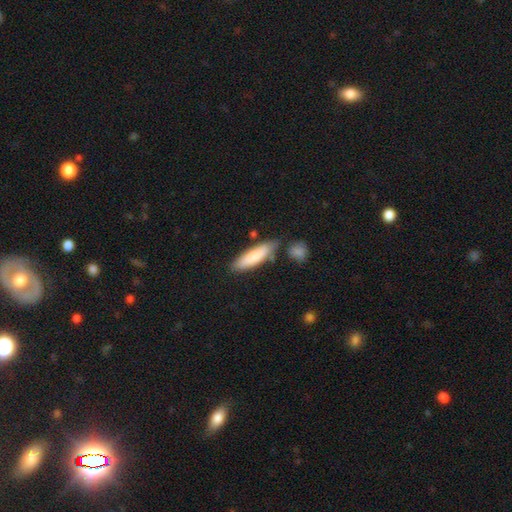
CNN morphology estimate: Smooth or featured: smooth — 82% (featured or disk — 13%)
How rounded: cigar-shaped — 58% (in between — 40%)
Merging: none — 70% (minor disturbance — 16%)